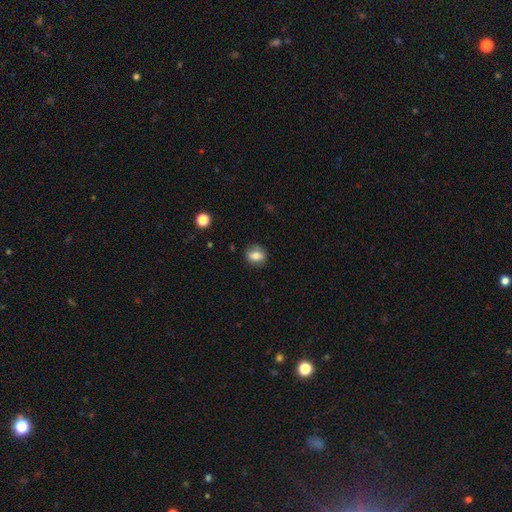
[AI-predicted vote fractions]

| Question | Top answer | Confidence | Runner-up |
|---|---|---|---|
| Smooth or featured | smooth | 77% | featured or disk (13%) |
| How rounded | round | 57% | in between (41%) |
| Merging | none | 84% | minor disturbance (12%) |